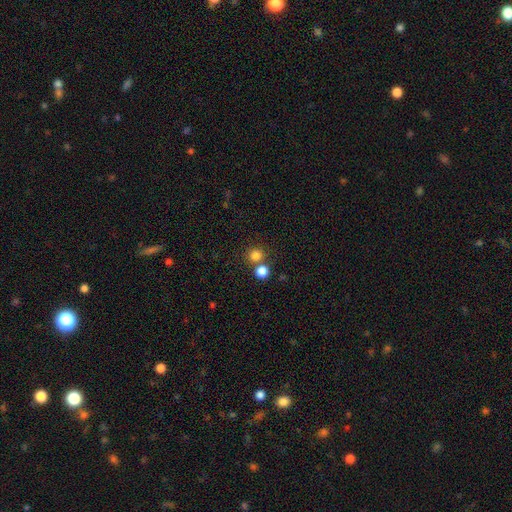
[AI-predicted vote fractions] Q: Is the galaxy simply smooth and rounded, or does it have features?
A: smooth — 81%.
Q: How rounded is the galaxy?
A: round — 89%.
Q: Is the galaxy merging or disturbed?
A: none — 66%.